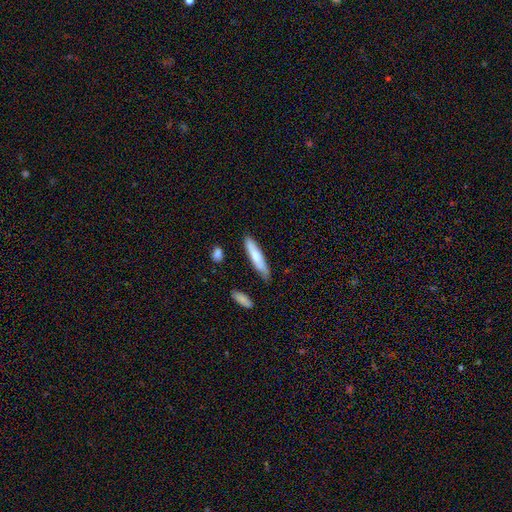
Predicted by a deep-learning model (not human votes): This is likely a smooth galaxy (73%). How rounded: clearly cigar-shaped (84%). Merging: likely none (76%).